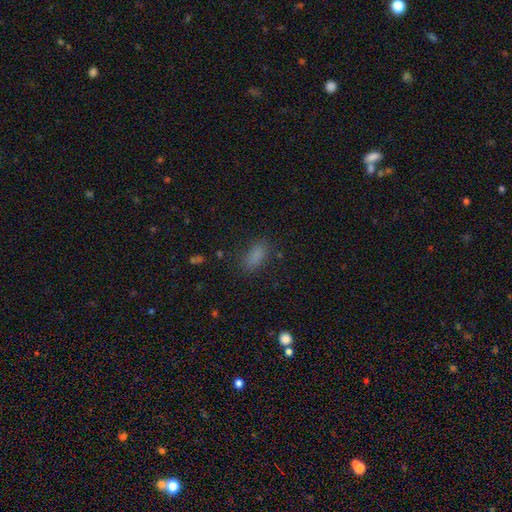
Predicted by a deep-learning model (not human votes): Overall: smooth (82%). How rounded: in between (84%). Merging: none (79%).